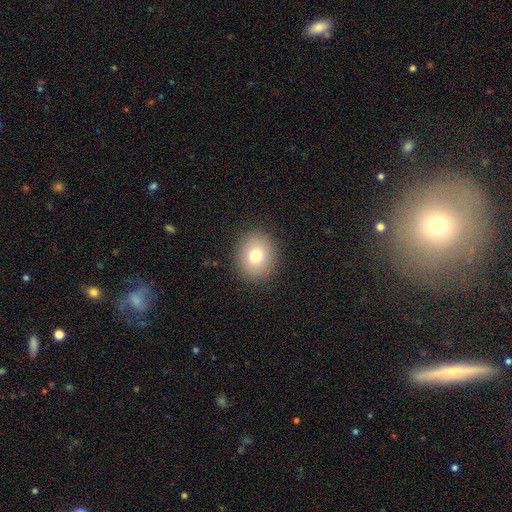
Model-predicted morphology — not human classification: This appears to be a smooth galaxy with no disk features (77%) that is round (71%). Merging: none (89%).